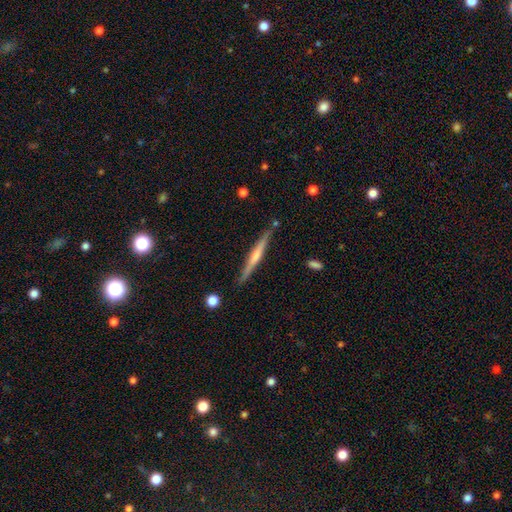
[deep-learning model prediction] Overall: featured or disk (76%). Edge-on disk: yes (98%). Edge-on bulge: rounded (75%). Merging: none (90%).